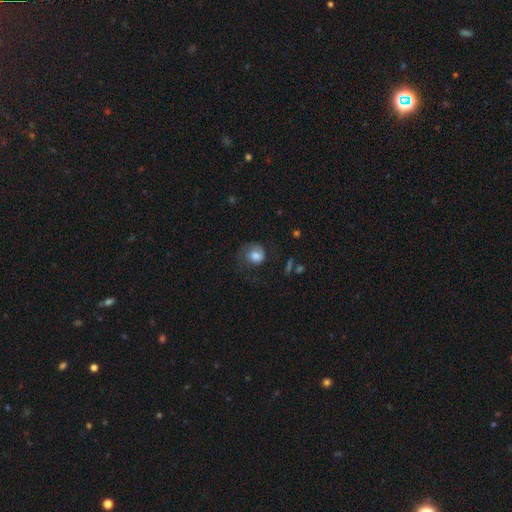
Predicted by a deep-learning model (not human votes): Morphology: type=smooth (75%); roundness=round (76%); merging=none (45%).